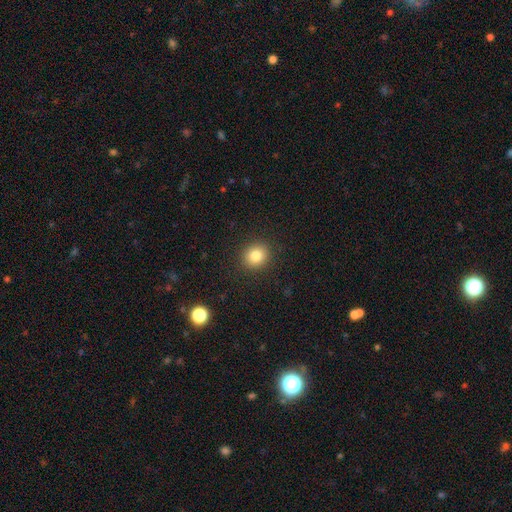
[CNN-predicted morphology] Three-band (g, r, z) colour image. It shows a smooth galaxy with no disk features (83%) that is round (78%). Merging: none (90%).